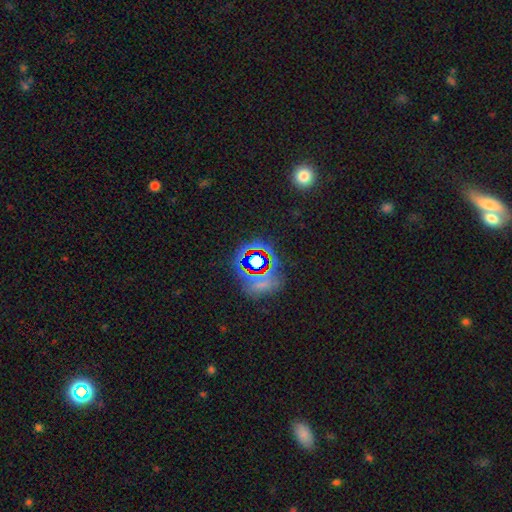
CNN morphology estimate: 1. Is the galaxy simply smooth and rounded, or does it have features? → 70% star or artifact, 16% featured or disk, 15% smooth.